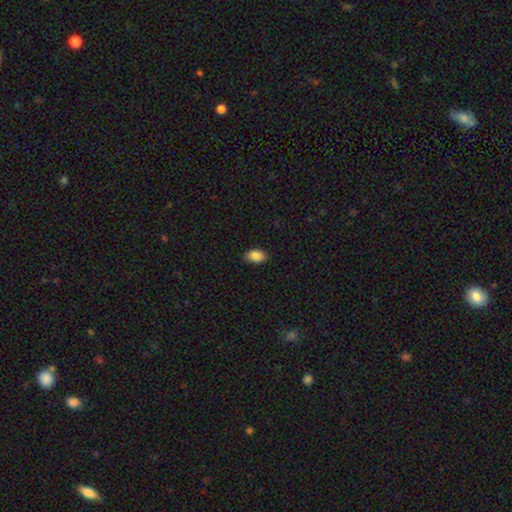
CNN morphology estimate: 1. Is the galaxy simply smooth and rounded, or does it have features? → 87% smooth, 8% star or artifact, 5% featured or disk.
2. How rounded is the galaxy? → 89% in between, 10% round, 1% cigar-shaped.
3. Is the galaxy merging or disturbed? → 86% none, 11% minor disturbance, 2% major disturbance, 1% merger.